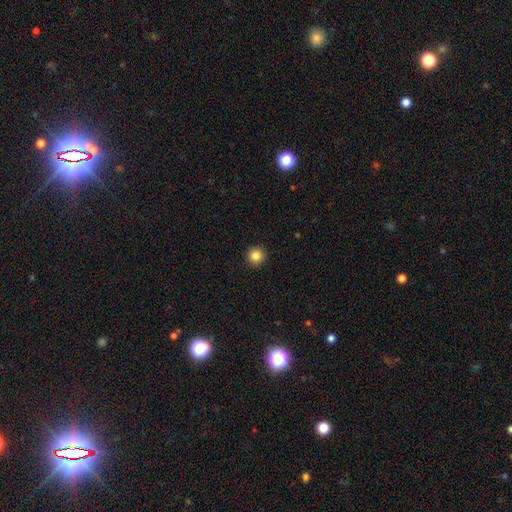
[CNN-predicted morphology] type=smooth (85%); roundness=round (96%); merging=none (93%).